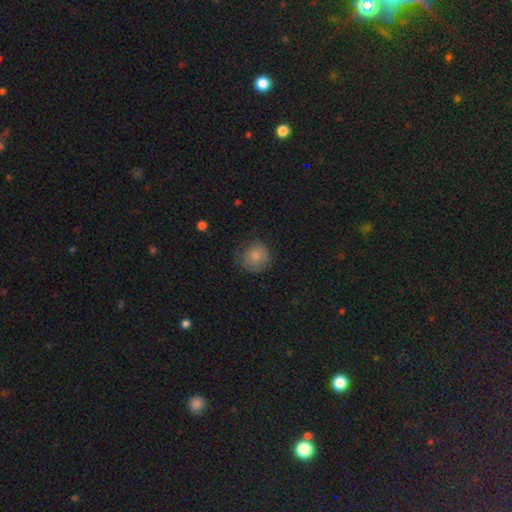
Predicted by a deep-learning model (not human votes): A smooth galaxy with no disk features (80%) that is round (90%).

Vote fractions:
- Smooth or featured? smooth: 80% / featured or disk: 11% / star or artifact: 8%
- How rounded? round: 90% / in between: 9% / cigar-shaped: 1%
- Merging? none: 70% / minor disturbance: 22% / major disturbance: 7% / merger: 1%